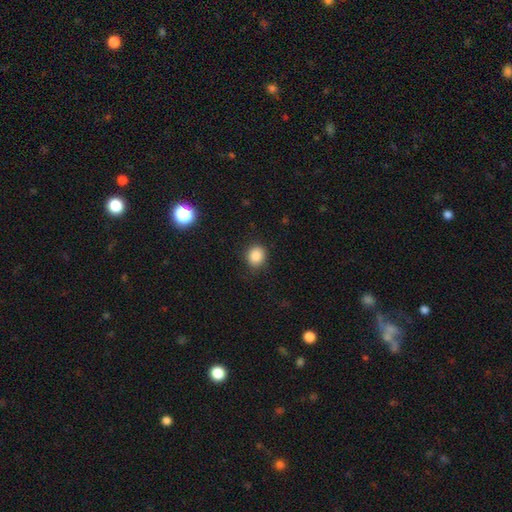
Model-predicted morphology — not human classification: This is clearly a smooth galaxy (86%). How rounded: likely round (71%). Merging: clearly none (85%).